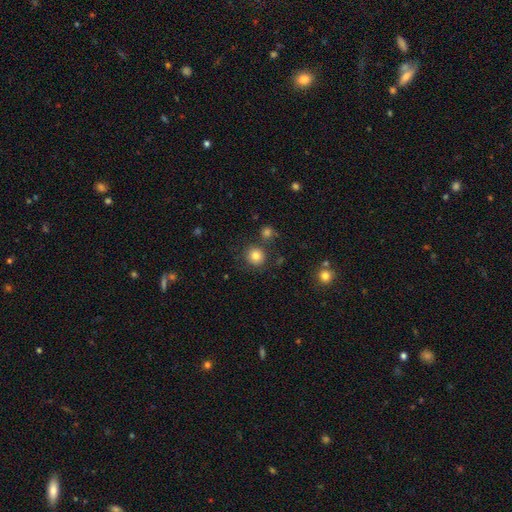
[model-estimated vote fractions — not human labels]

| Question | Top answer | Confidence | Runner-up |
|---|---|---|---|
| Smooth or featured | smooth | 81% | star or artifact (12%) |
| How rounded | round | 91% | in between (8%) |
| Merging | none | 81% | minor disturbance (9%) |